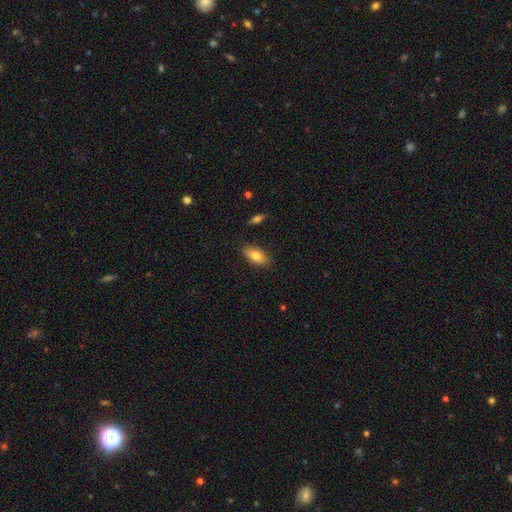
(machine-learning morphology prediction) smooth_or_featured: smooth (p=0.79) [alt: featured or disk p=0.13]
how_rounded: in between (p=0.87) [alt: cigar-shaped p=0.10]
merging: none (p=0.85) [alt: minor disturbance p=0.11]